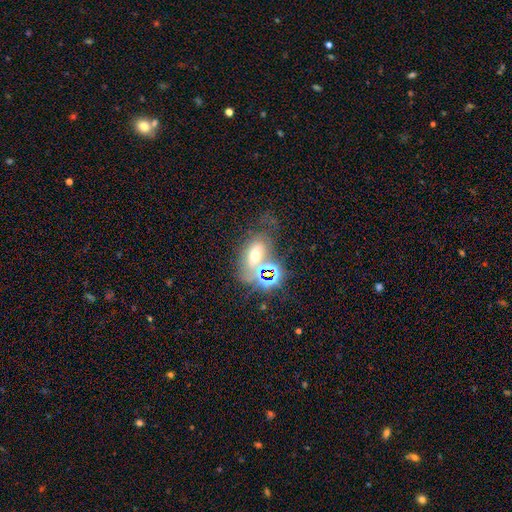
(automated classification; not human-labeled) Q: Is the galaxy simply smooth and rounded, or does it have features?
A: smooth — 45%.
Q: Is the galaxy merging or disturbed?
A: none — 45%.